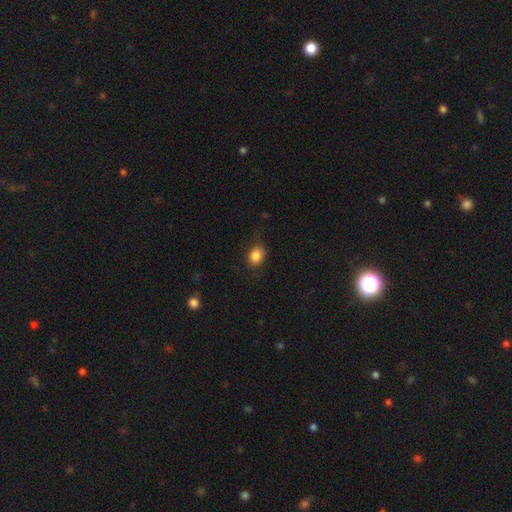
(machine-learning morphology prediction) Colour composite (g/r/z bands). It shows a smooth galaxy with no disk features (85%) that is round (55%). Merging: none (76%).